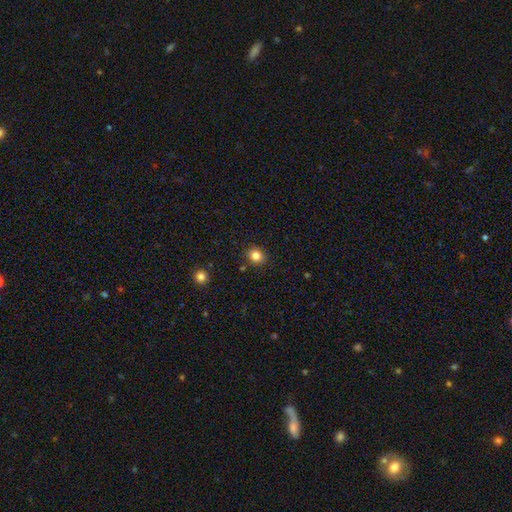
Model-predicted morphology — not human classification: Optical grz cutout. It shows a smooth galaxy with no disk features (83%) that is round (76%). Merging: none (88%).